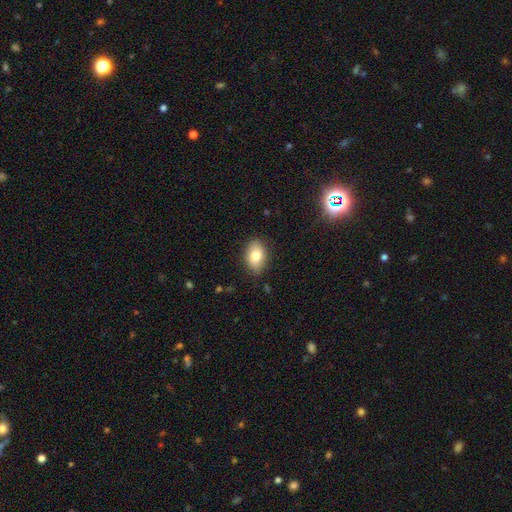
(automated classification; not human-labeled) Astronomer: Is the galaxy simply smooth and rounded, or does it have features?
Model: smooth — 79%.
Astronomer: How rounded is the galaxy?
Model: in between — 86%.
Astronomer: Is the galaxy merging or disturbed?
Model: none — 84%.